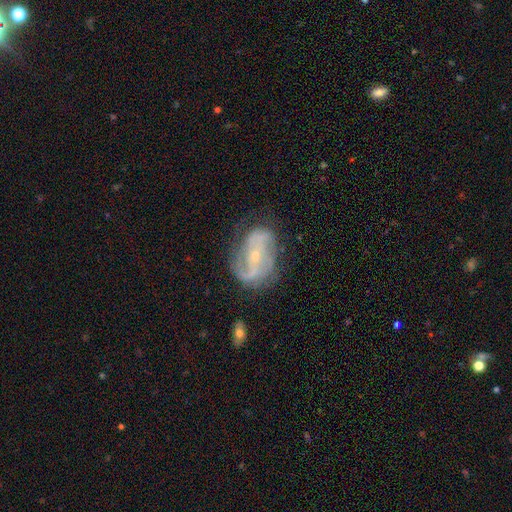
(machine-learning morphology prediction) Overall: featured or disk (81%). Edge-on disk: no (96%). Bar: no (42%; weak 34%). Spiral arms: yes (91%). Spiral arm count: 2 (66%). Spiral winding: medium (43%; loose 30%). Bulge size: small (68%; moderate 28%). Merging: none (64%).